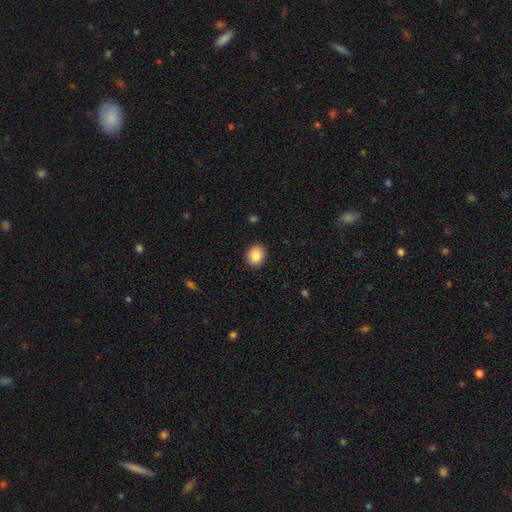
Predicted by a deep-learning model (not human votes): This is clearly a smooth galaxy (87%). How rounded: likely round (72%). Merging: clearly none (91%).